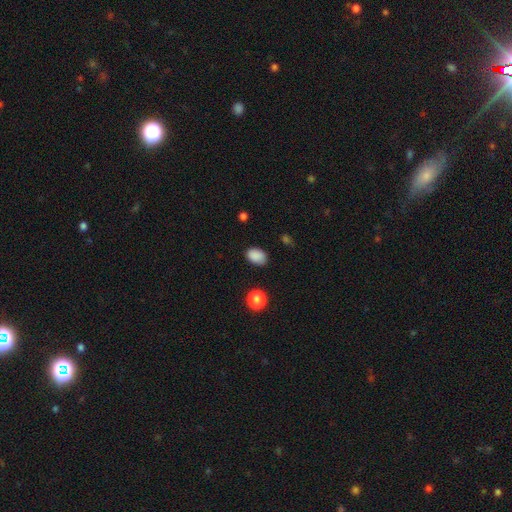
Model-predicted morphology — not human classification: smooth-or-featured: smooth: 87% | star or artifact: 9% | featured or disk: 3%
  how-rounded: in between: 82% | round: 17% | cigar-shaped: 1%
  merging: none: 84% | minor disturbance: 12% | major disturbance: 3% | merger: 1%